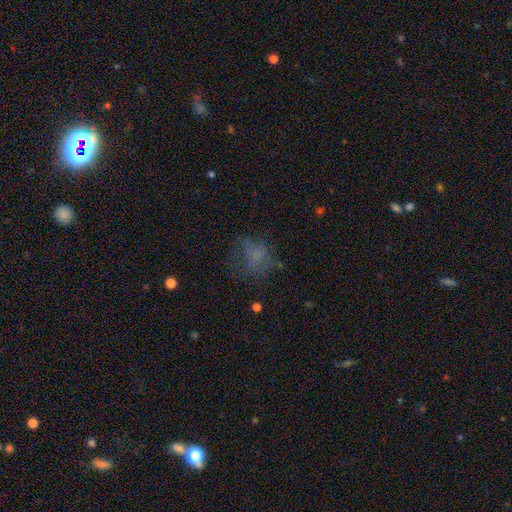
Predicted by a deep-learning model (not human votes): Morphology: type=smooth (59%); roundness=round (60%); merging=none (50%).